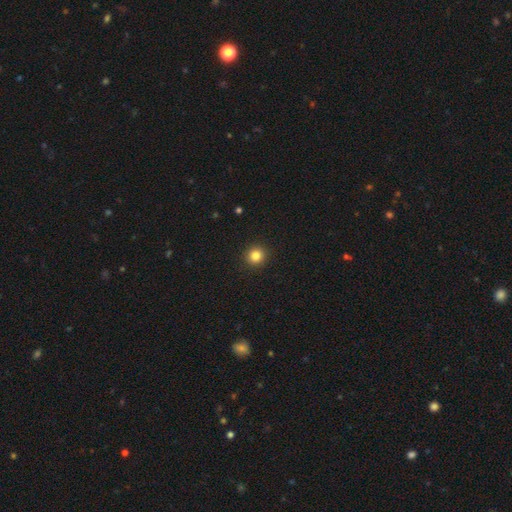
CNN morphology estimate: Smooth or featured? smooth (84%)
How rounded? round (93%)
Merging? none (93%)